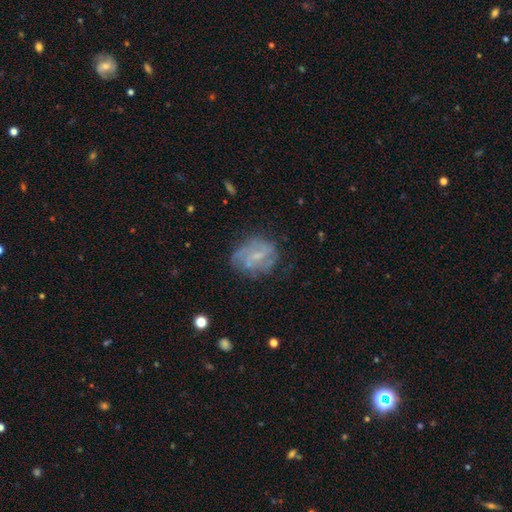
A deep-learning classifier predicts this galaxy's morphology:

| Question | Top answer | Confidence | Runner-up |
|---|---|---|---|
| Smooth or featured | featured or disk | 64% | smooth (27%) |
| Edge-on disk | no | 97% | yes (3%) |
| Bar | weak | 50% | no (36%) |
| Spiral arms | yes | 70% | no (30%) |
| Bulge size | small | 52% | moderate (23%) |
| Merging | none | 62% | minor disturbance (23%) |